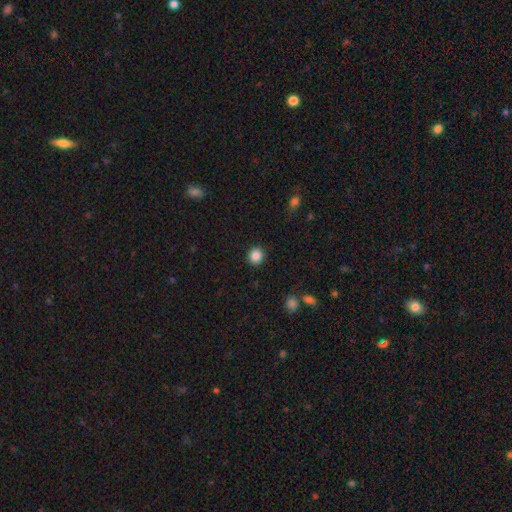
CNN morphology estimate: A smooth galaxy with no disk features (86%) that is round (88%). Merging: none (91%).